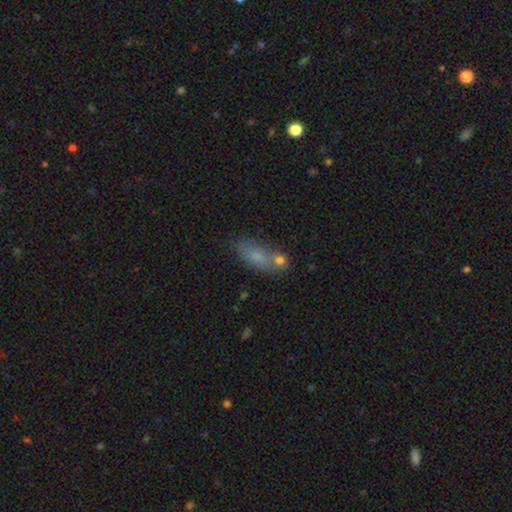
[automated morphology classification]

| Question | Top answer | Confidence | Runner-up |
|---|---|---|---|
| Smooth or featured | smooth | 75% | featured or disk (15%) |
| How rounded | in between | 76% | cigar-shaped (19%) |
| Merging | none | 50% | merger (26%) |